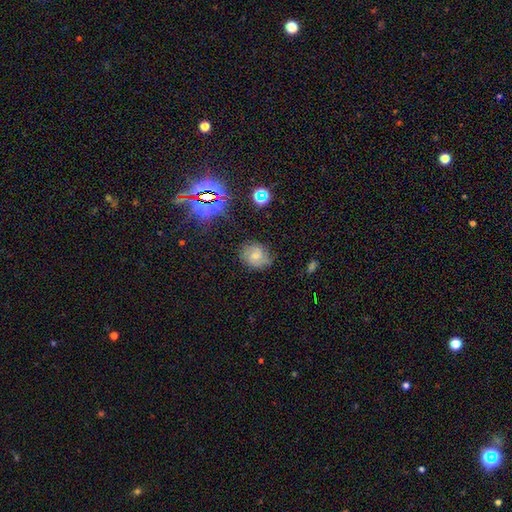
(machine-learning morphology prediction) Q: Smooth or featured?
A: smooth (45%); runner-up: featured or disk (40%)
Q: Merging?
A: none (72%); runner-up: minor disturbance (21%)